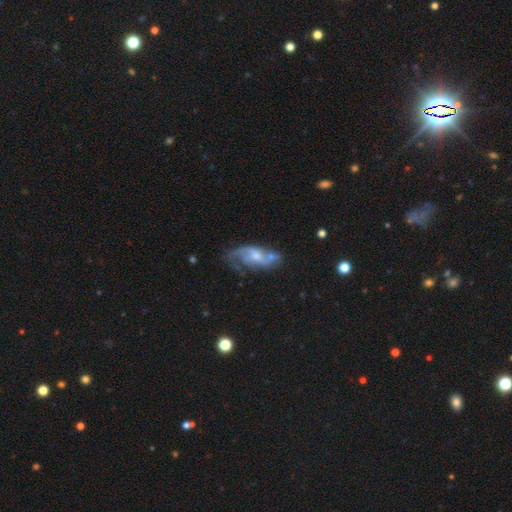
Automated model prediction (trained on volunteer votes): The model was most divided on "bulge size": moderate: 46%, small: 38%, none: 9%, large: 5%, dominant: 1%. Remaining: edge-on disk — no (93%); spiral arms — yes (80%); smooth or featured — featured or disk (69%); spiral arm count — 2 (61%); spiral winding — loose (53%); bar — no (53%); merging — none (37%).